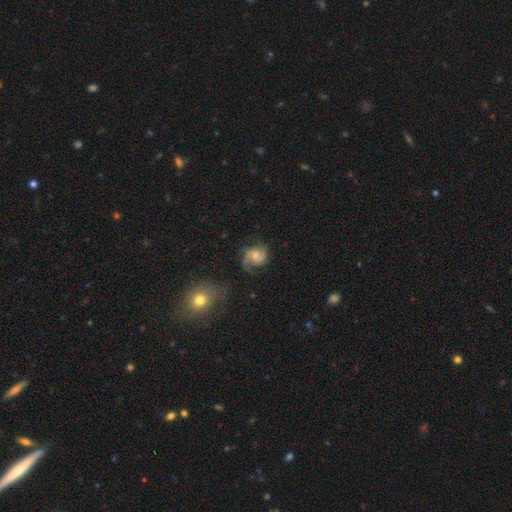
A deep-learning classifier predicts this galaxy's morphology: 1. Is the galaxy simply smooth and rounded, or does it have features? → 78% featured or disk, 15% smooth, 7% star or artifact.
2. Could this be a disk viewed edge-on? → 98% no, 2% yes.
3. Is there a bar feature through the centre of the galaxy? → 59% no, 34% weak, 6% strong.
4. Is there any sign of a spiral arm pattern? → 95% yes, 5% no.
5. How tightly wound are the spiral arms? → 51% medium, 28% loose, 21% tight.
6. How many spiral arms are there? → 79% 2, 6% 3, 6% can't tell, 5% 1, 2% 4, 2% more than 4.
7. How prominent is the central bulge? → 47% moderate, 37% small, 8% none, 6% large, 1% dominant.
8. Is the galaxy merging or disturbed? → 63% none, 21% minor disturbance, 14% major disturbance, 3% merger.